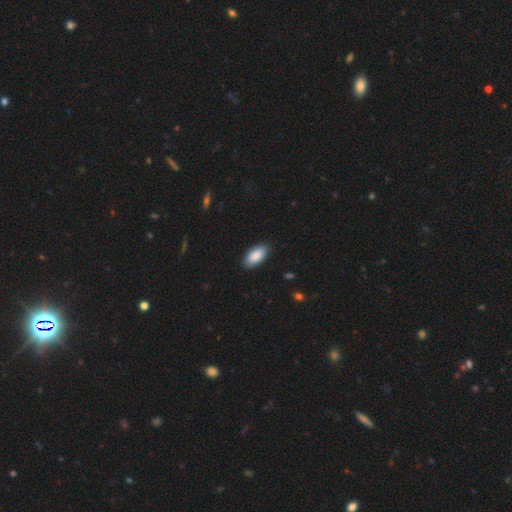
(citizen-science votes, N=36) Smooth or featured?
  - smooth: 89% *
  - star or artifact: 8%
  - featured or disk: 3%
How rounded?
  - in between: 88% *
  - cigar-shaped: 12%
  - round: 0%
Merging?
  - none: 100% *
  - minor disturbance: 0%
  - major disturbance: 0%
  - merger: 0%